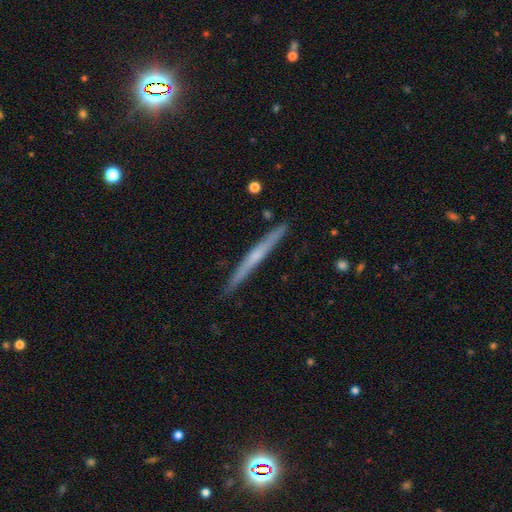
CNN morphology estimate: Smooth or featured?
  - featured or disk: 58% *
  - smooth: 36%
  - star or artifact: 6%
Edge-on disk?
  - yes: 97% *
  - no: 3%
Edge-on bulge?
  - none: 59% *
  - rounded: 35%
  - boxy: 6%
Merging?
  - none: 90% *
  - minor disturbance: 8%
  - merger: 1%
  - major disturbance: 1%